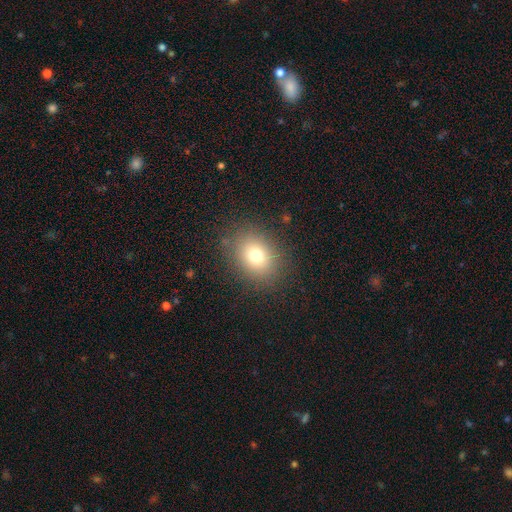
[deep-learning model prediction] smooth 74%, star or artifact 15%, featured or disk 11%. Down the decision tree: how rounded — round (57%); merging — none (85%).